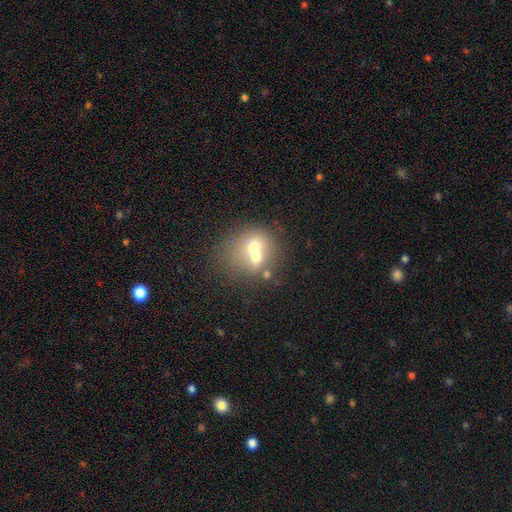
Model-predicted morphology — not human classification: A smooth galaxy with no disk features (56%) that is round (73%). Merging: merger (59%).